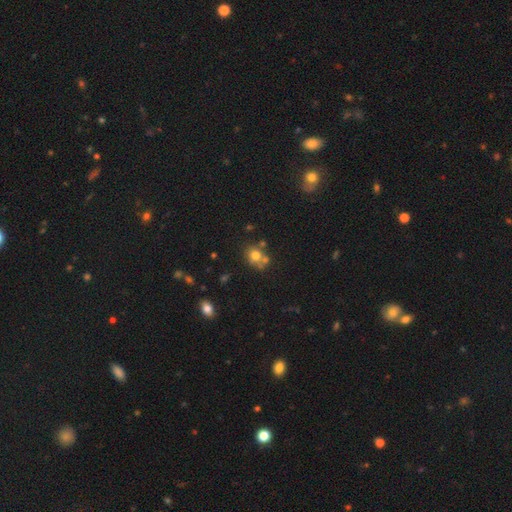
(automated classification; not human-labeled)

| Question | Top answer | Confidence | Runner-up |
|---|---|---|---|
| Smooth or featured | smooth | 71% | featured or disk (15%) |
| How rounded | round | 69% | in between (30%) |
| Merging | none | 52% | merger (28%) |